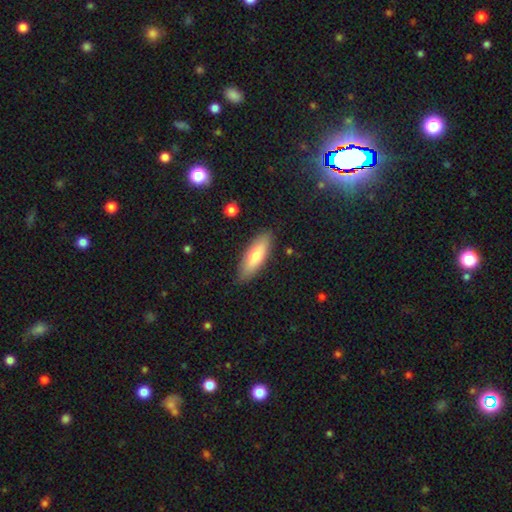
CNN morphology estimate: Overall: smooth (73%). How rounded: in between (57%; cigar-shaped 41%). Merging: none (86%).